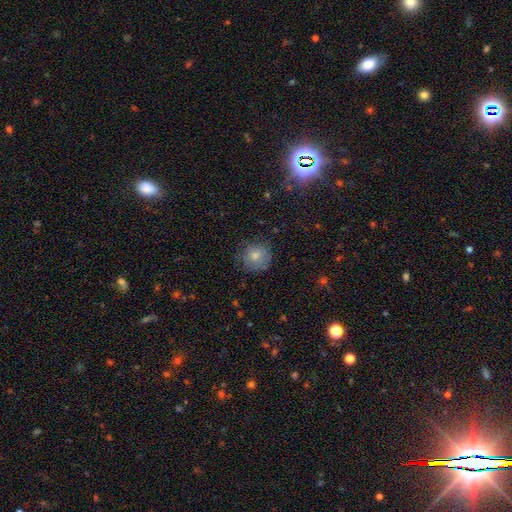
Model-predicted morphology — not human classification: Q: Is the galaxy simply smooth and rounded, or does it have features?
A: smooth — 75%.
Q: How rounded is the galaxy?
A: round — 89%.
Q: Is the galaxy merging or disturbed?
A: none — 72%.